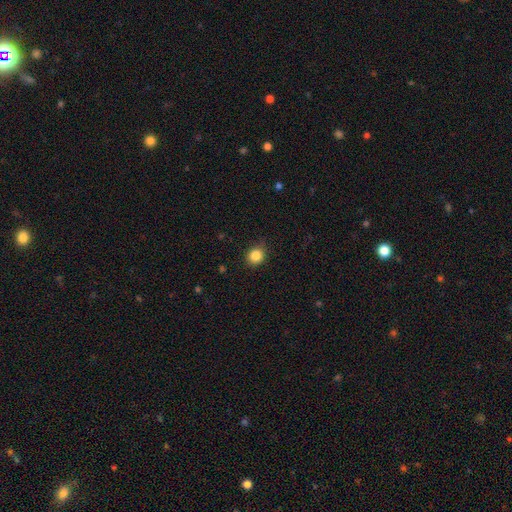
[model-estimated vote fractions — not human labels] This appears to be a smooth galaxy with no disk features (85%) that is round (80%). Merging: none (83%).